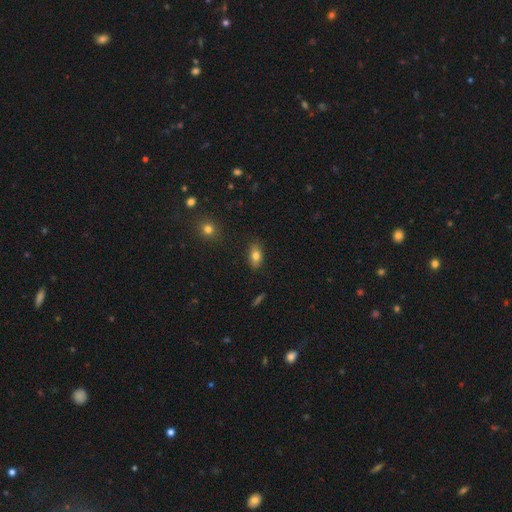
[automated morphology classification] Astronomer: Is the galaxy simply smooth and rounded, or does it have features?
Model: smooth — 79%.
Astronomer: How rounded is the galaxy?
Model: in between — 86%.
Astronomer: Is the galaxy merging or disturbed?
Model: none — 85%.